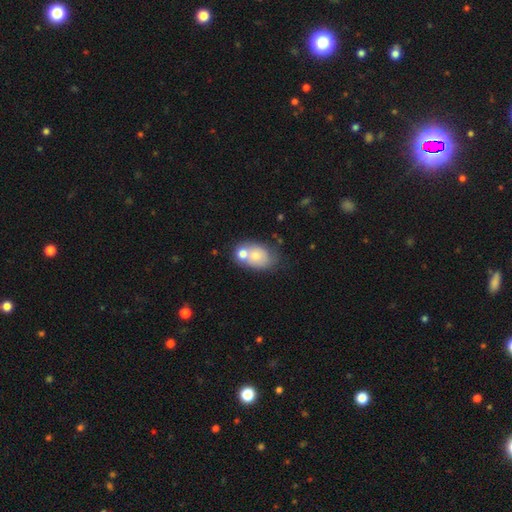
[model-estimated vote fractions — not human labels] Smooth or featured?
  - smooth: 68% *
  - featured or disk: 24%
  - star or artifact: 8%
How rounded?
  - in between: 75% *
  - round: 23%
  - cigar-shaped: 1%
Merging?
  - merger: 44% *
  - none: 36%
  - minor disturbance: 14%
  - major disturbance: 6%